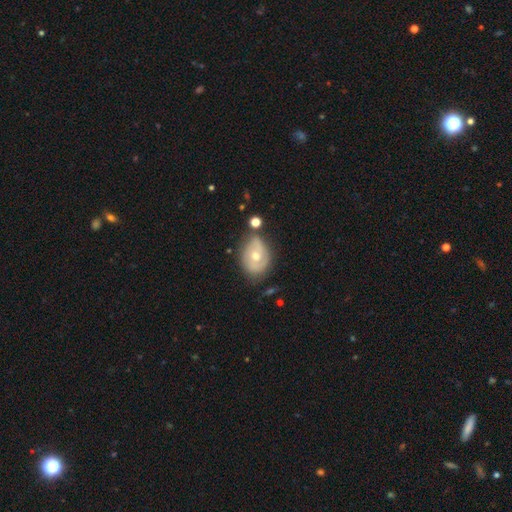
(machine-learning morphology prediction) Smooth or featured: featured or disk — 59% (smooth — 33%)
Edge-on disk: no — 95% (yes — 5%)
Bar: no — 67% (weak — 27%)
Spiral arms: yes — 66% (no — 34%)
Bulge size: moderate — 65% (small — 31%)
Merging: none — 58% (minor disturbance — 27%)